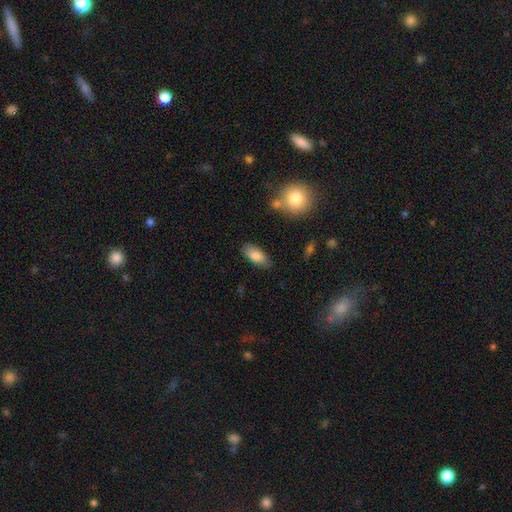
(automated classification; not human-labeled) Smooth or featured?
  - smooth: 84% *
  - featured or disk: 10%
  - star or artifact: 7%
How rounded?
  - in between: 86% *
  - cigar-shaped: 12%
  - round: 2%
Merging?
  - none: 80% *
  - minor disturbance: 14%
  - major disturbance: 3%
  - merger: 2%